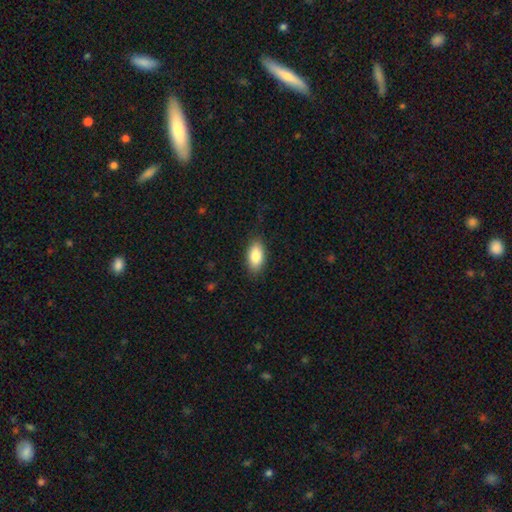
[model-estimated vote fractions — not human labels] This appears to be a smooth galaxy with no disk features (85%) that is in between round and cigar-shaped (91%). Merging: none (85%).